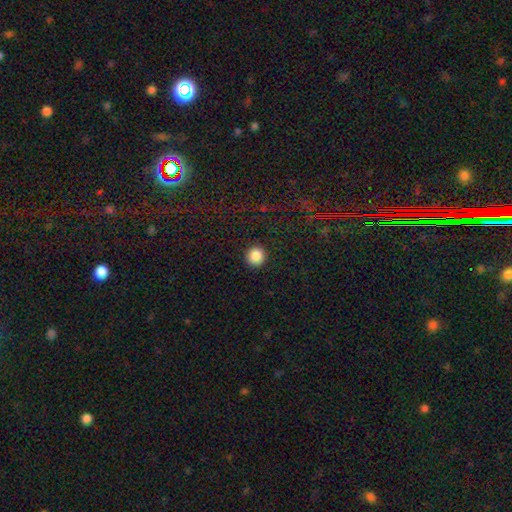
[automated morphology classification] Smooth or featured? Predicted: smooth (p=0.87). How rounded? Predicted: round (p=0.94). Merging? Predicted: none (p=0.92).